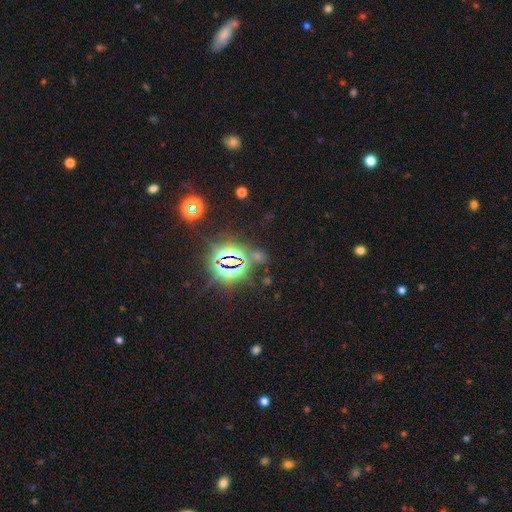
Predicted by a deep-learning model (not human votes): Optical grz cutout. It shows a star or artifact, not a galaxy (80%).